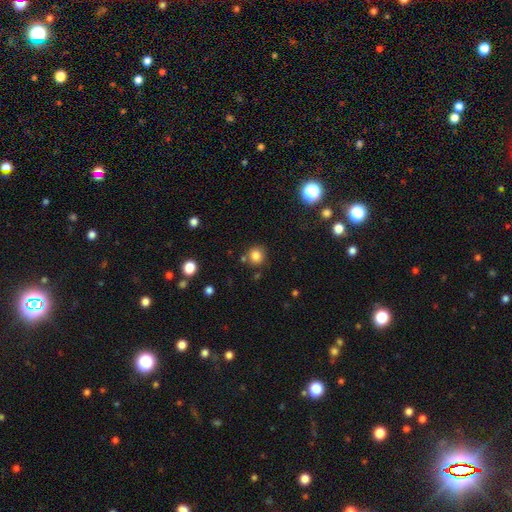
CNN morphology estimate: Smooth or featured? smooth (82%)
How rounded? round (91%)
Merging? none (81%)